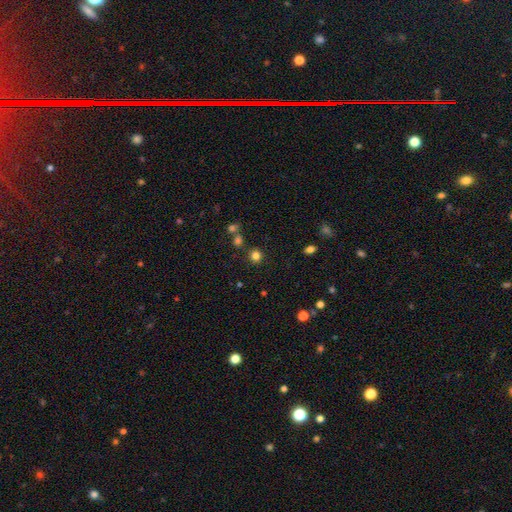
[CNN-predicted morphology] smooth_or_featured: smooth (p=0.79) [alt: star or artifact p=0.16]
how_rounded: round (p=0.91) [alt: in between p=0.08]
merging: none (p=0.83) [alt: minor disturbance p=0.07]